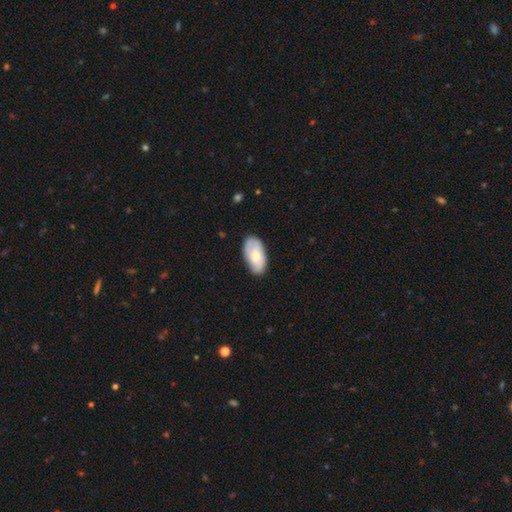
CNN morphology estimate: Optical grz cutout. It shows a smooth galaxy with no disk features (54%) that is in between round and cigar-shaped (94%). Merging: none (79%).